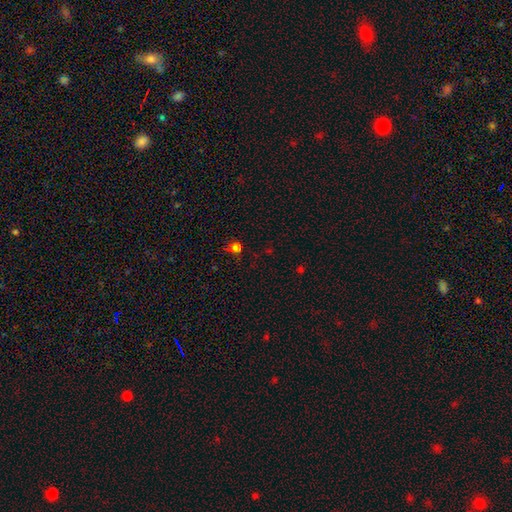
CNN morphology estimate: The model was most divided on "smooth or featured": smooth: 49%, star or artifact: 44%, featured or disk: 7%. More confident: merging — none (65%).